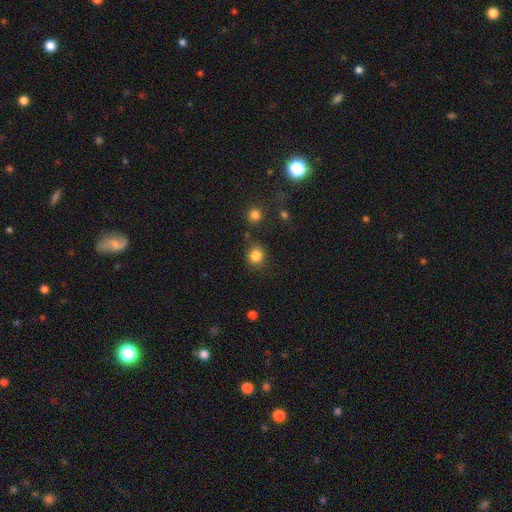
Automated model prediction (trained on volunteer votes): Overall: smooth (84%). How rounded: round (84%). Merging: none (81%).